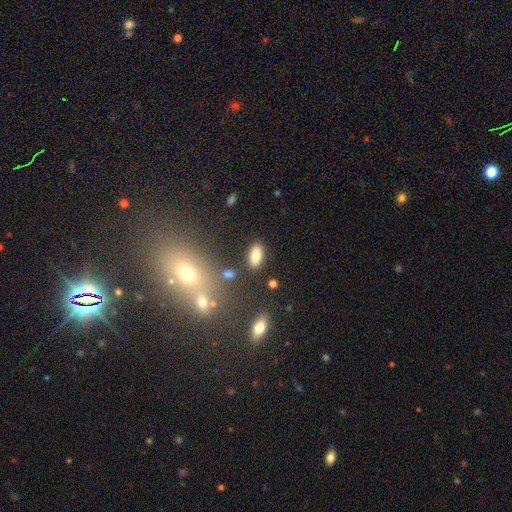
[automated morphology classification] This appears to be a smooth galaxy with no disk features (81%) that is in between round and cigar-shaped (90%). Merging: none (83%).